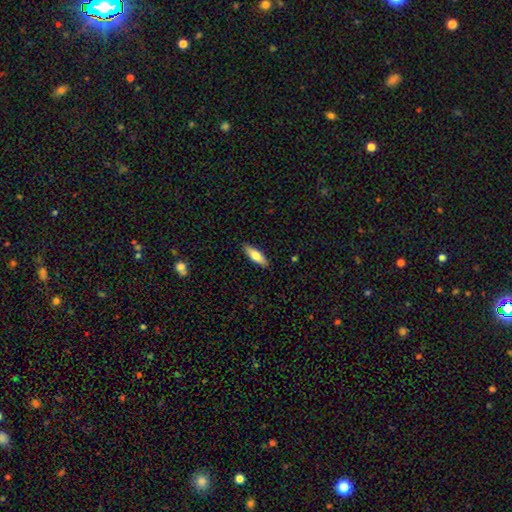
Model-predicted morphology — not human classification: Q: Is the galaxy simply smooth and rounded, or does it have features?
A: smooth — 73%.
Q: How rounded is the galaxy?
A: in between — 56%.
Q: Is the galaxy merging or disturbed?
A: none — 88%.